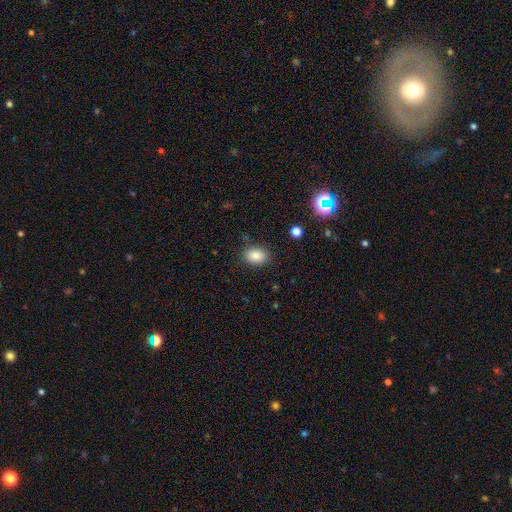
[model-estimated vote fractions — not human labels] This appears to be a smooth galaxy with no disk features (86%) that is in between round and cigar-shaped (78%). Merging: none (84%).